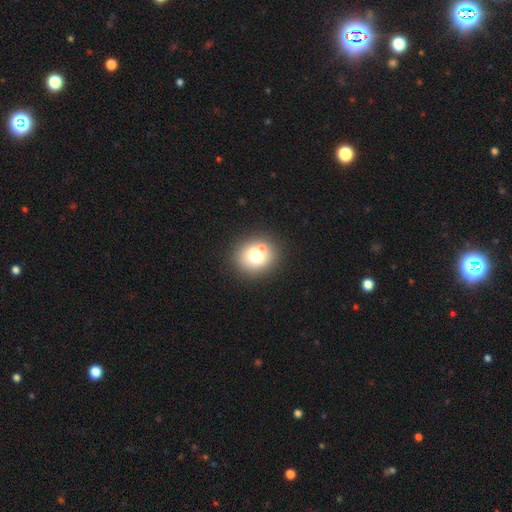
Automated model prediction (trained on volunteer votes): smooth_or_featured: smooth (p=0.69) [alt: featured or disk p=0.19]
how_rounded: round (p=0.75) [alt: in between p=0.24]
merging: none (p=0.67) [alt: merger p=0.19]